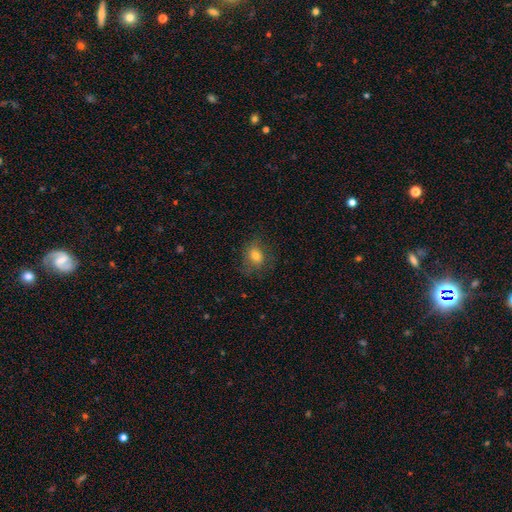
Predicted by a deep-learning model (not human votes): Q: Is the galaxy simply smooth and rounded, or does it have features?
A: smooth — 73%.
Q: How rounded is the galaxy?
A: in between — 51%.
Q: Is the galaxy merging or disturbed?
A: none — 69%.